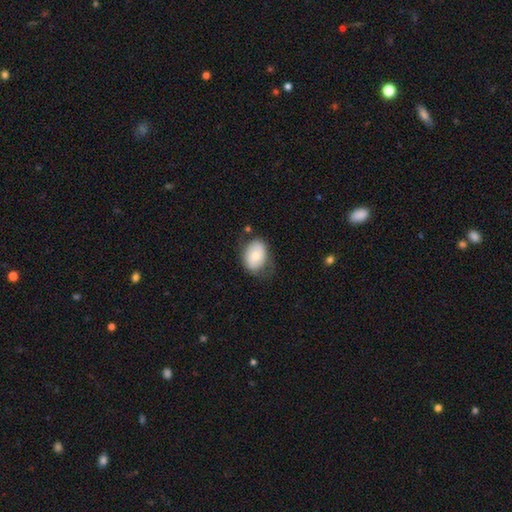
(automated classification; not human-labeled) A smooth galaxy with no disk features (70%) that is in between round and cigar-shaped (74%).

Vote fractions:
- Smooth or featured? smooth: 70% / featured or disk: 23% / star or artifact: 7%
- How rounded? in between: 74% / round: 25% / cigar-shaped: 1%
- Merging? none: 62% / minor disturbance: 26% / major disturbance: 10% / merger: 2%